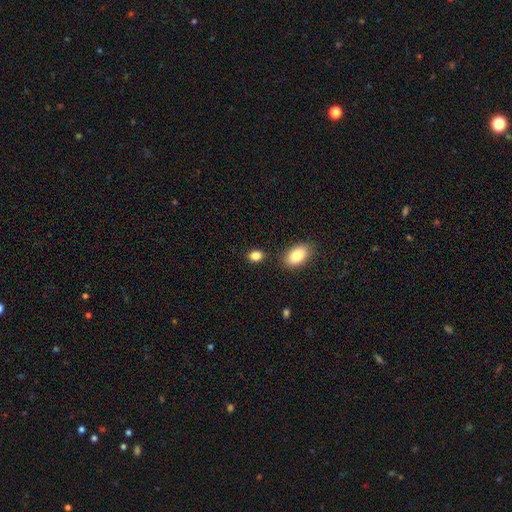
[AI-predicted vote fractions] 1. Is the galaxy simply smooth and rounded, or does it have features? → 85% smooth, 10% star or artifact, 5% featured or disk.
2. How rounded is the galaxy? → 63% in between, 35% round, 2% cigar-shaped.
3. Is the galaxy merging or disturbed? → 80% none, 10% minor disturbance, 7% merger, 3% major disturbance.